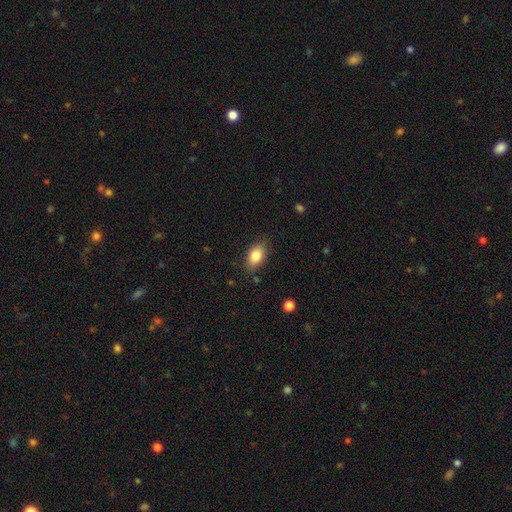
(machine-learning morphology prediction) This is clearly a smooth galaxy (84%). How rounded: clearly in between (88%). Merging: clearly none (84%).